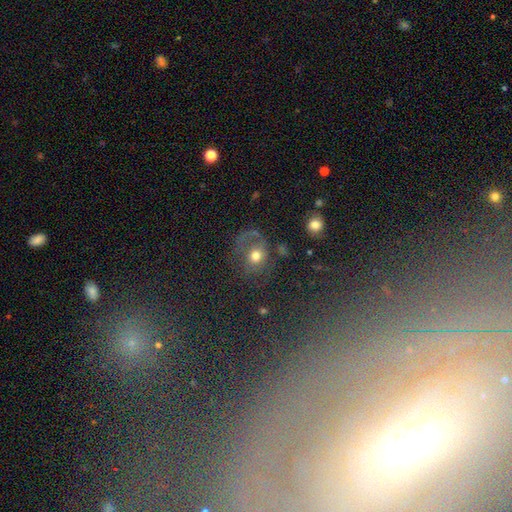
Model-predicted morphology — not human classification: smooth 56%, featured or disk 27%, star or artifact 18%. Down the decision tree: how rounded — round (64%); merging — none (50%).